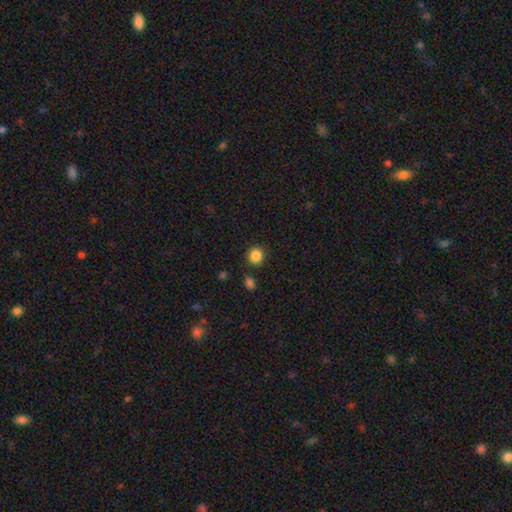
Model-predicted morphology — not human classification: type=smooth (86%); roundness=round (91%); merging=none (87%).